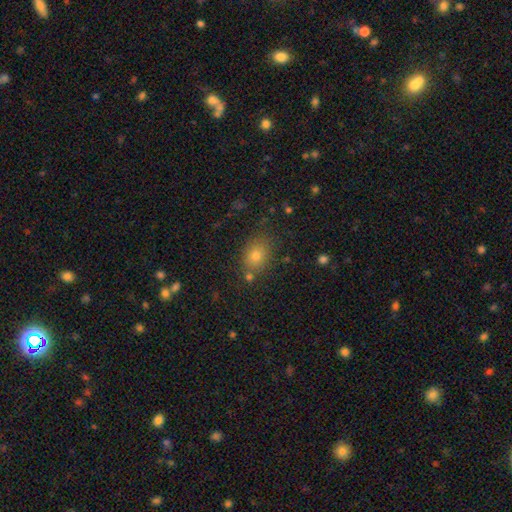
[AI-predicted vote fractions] Smooth or featured: smooth — 74% (star or artifact — 17%)
How rounded: in between — 52% (round — 46%)
Merging: none — 78% (minor disturbance — 12%)